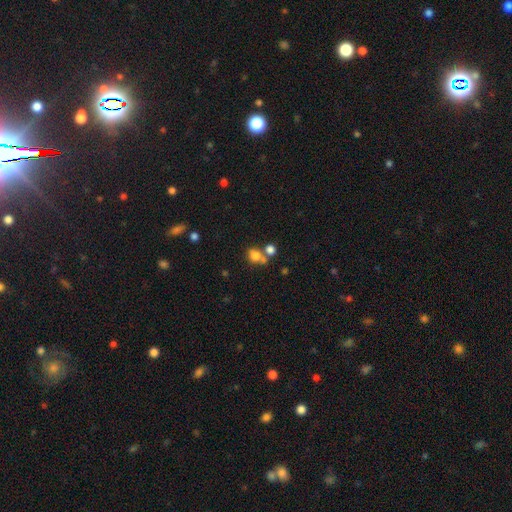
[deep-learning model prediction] Smooth or featured?
  - smooth: 76% *
  - star or artifact: 14%
  - featured or disk: 10%
How rounded?
  - round: 61% *
  - in between: 37%
  - cigar-shaped: 1%
Merging?
  - none: 43% *
  - merger: 41%
  - minor disturbance: 10%
  - major disturbance: 6%